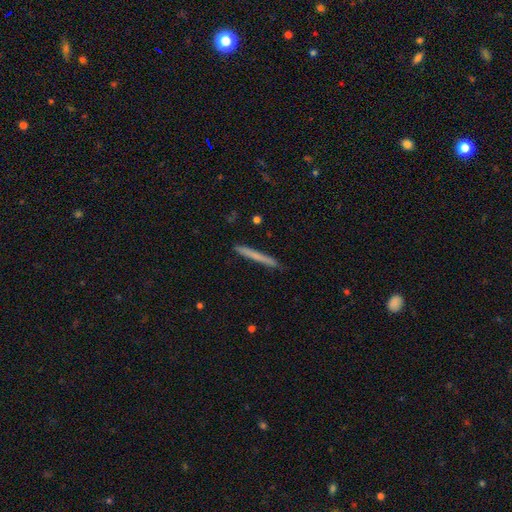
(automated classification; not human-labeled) Overall: smooth (63%; featured or disk 31%). How rounded: cigar-shaped (97%). Merging: none (90%).